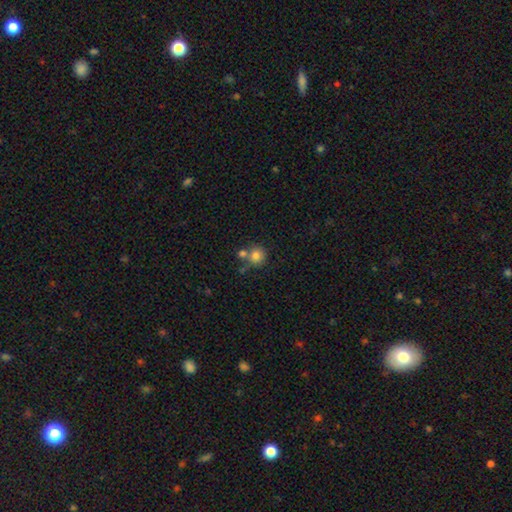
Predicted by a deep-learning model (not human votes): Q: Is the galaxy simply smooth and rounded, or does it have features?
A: smooth — 81%.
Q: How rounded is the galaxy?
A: round — 87%.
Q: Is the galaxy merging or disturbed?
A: none — 56%.